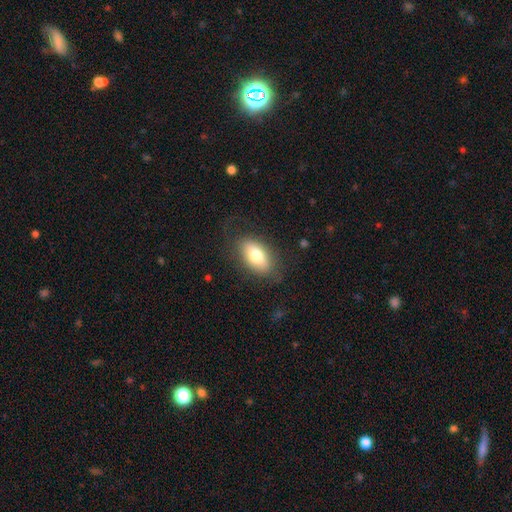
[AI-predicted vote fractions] This is likely a smooth galaxy (73%). How rounded: clearly in between (91%). Merging: likely none (76%).